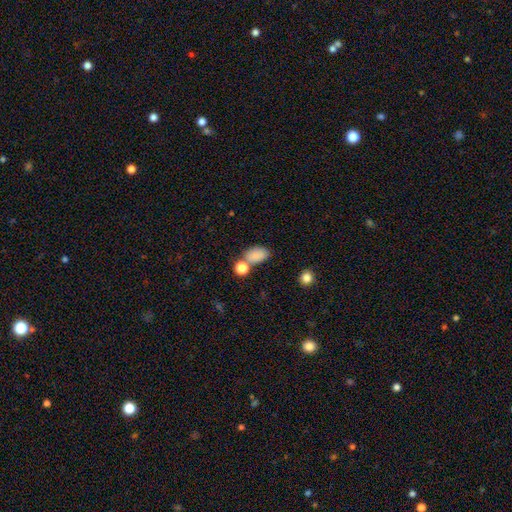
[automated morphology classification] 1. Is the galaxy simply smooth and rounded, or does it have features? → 83% smooth, 10% star or artifact, 7% featured or disk.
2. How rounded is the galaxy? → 88% in between, 10% round, 2% cigar-shaped.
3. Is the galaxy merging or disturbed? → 61% none, 19% merger, 15% minor disturbance, 5% major disturbance.